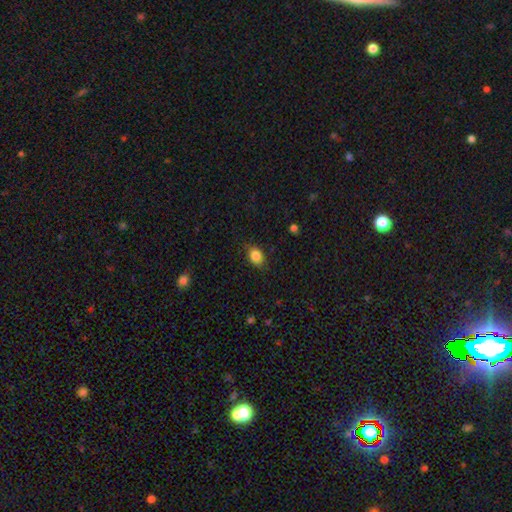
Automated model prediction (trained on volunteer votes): Smooth or featured? smooth (85%)
How rounded? in between (67%)
Merging? none (77%)